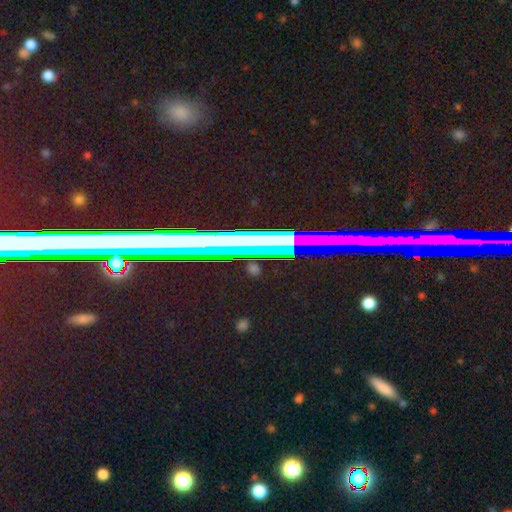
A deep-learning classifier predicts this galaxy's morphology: This appears to be a star or artifact, not a galaxy (68%).